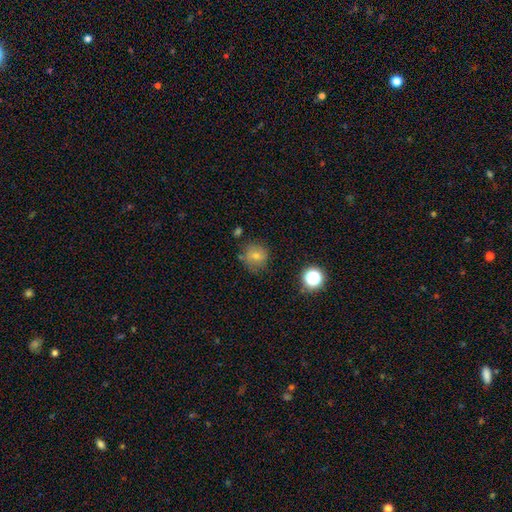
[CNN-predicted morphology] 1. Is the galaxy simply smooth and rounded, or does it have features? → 66% smooth, 18% star or artifact, 16% featured or disk.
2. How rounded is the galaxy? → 88% round, 11% in between, 1% cigar-shaped.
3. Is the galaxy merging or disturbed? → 77% none, 15% minor disturbance, 4% major disturbance, 4% merger.